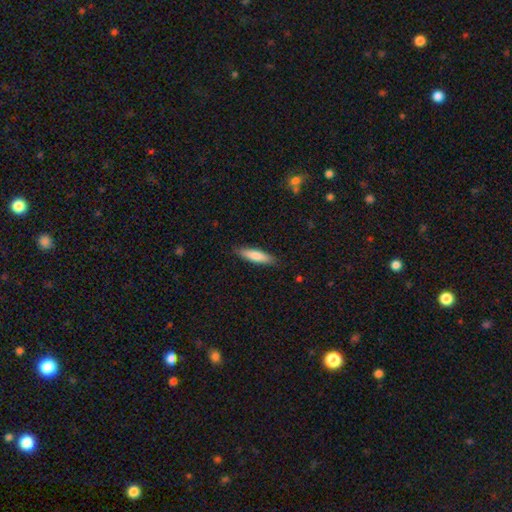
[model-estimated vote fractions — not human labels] Smooth or featured? Predicted: smooth (p=0.77). How rounded? Predicted: cigar-shaped (p=0.71). Merging? Predicted: none (p=0.87).